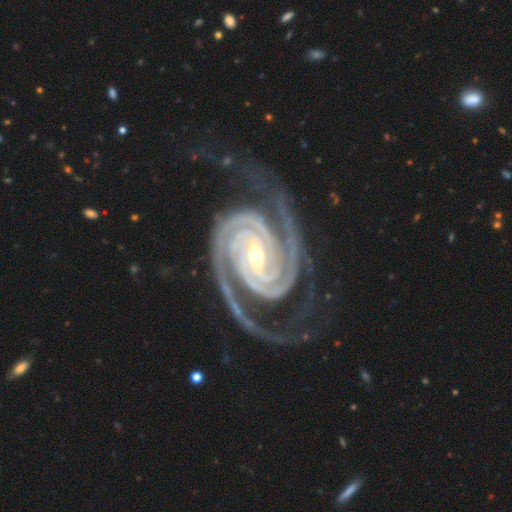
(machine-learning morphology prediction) The model was most divided on "bulge size": moderate: 49%, small: 47%, large: 2%, none: 1%, dominant: 1%. Remaining: spiral arms — yes (99%); edge-on disk — no (98%); smooth or featured — featured or disk (95%); spiral arm count — 2 (76%); spiral winding — tight (74%); merging — none (74%); bar — strong (50%).